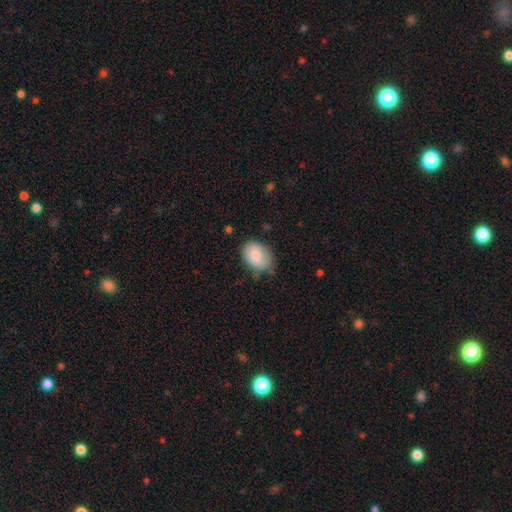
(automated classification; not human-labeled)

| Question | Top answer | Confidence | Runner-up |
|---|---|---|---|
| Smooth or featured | smooth | 74% | featured or disk (19%) |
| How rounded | in between | 64% | round (35%) |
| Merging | none | 61% | minor disturbance (29%) |